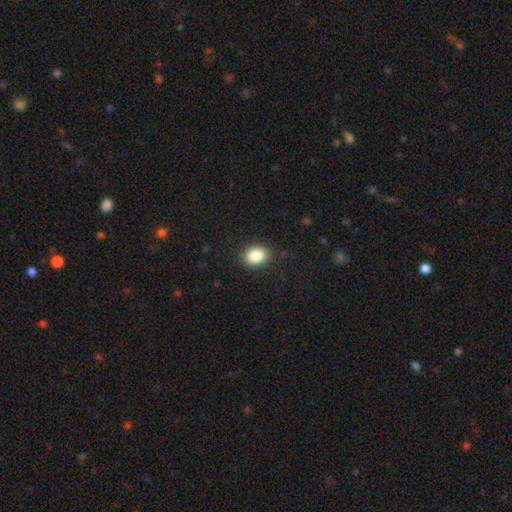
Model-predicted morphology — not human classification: type=smooth (86%); roundness=in between (61%); merging=none (88%).